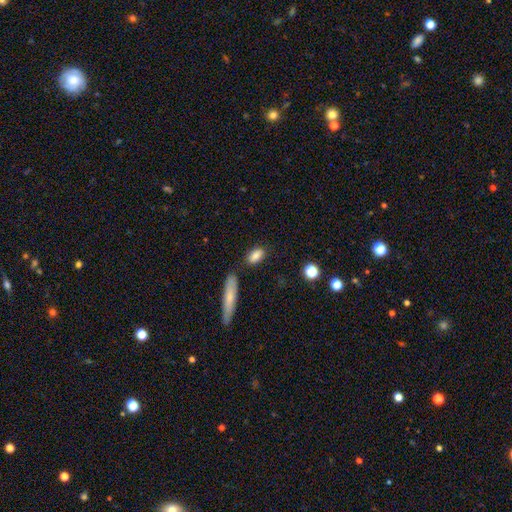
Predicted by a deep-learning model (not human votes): smooth-or-featured: smooth: 83% | featured or disk: 10% | star or artifact: 8%
  how-rounded: in between: 79% | cigar-shaped: 16% | round: 5%
  merging: none: 77% | minor disturbance: 12% | merger: 7% | major disturbance: 3%